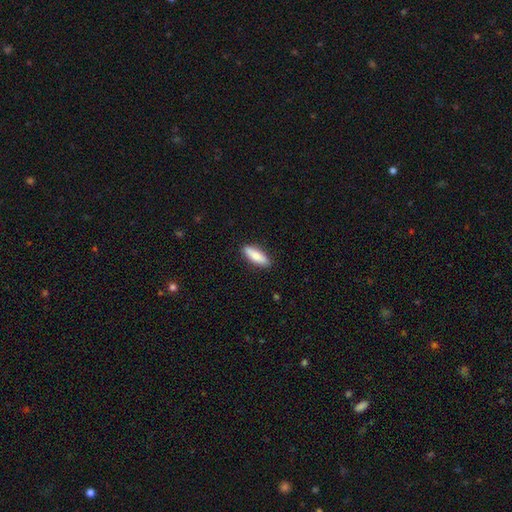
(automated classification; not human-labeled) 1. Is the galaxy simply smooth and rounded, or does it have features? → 81% smooth, 13% featured or disk, 5% star or artifact.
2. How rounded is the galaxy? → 51% cigar-shaped, 47% in between, 2% round.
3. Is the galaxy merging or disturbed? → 88% none, 9% minor disturbance, 2% major disturbance, 1% merger.